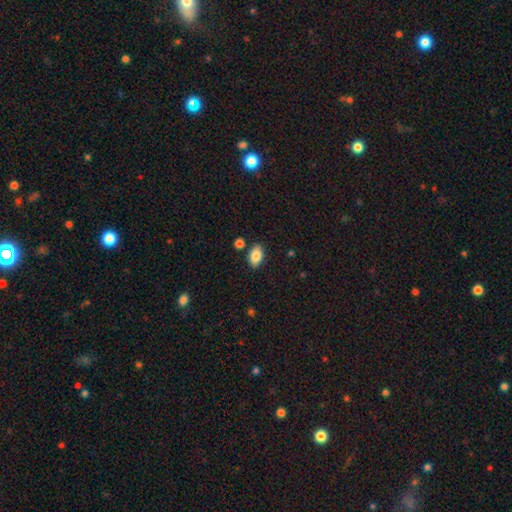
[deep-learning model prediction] Overall: smooth (85%). How rounded: in between (91%). Merging: none (83%).